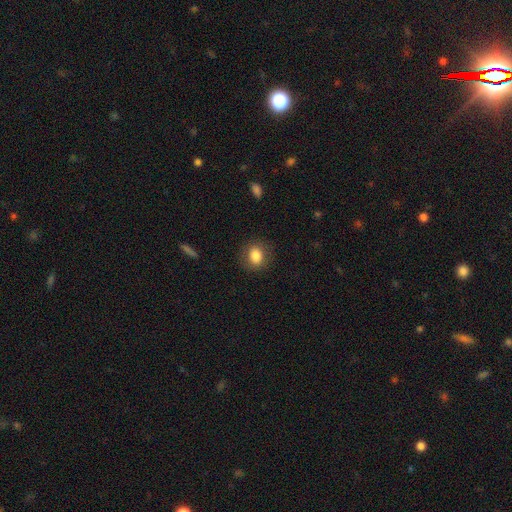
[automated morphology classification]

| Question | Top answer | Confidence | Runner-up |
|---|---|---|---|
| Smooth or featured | smooth | 82% | featured or disk (9%) |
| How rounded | round | 56% | in between (43%) |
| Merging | none | 84% | minor disturbance (11%) |